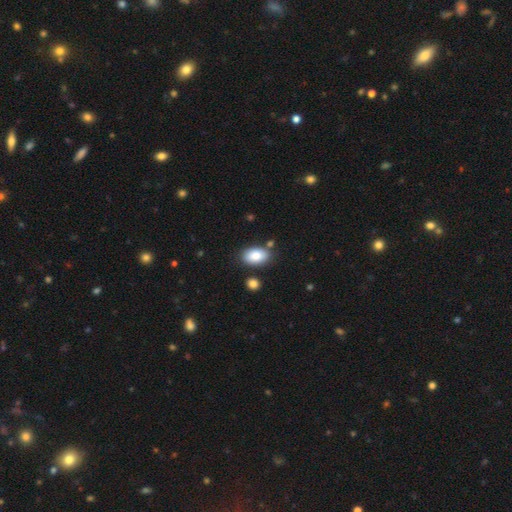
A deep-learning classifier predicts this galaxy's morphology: Smooth or featured?
  - smooth: 85% *
  - featured or disk: 8%
  - star or artifact: 7%
How rounded?
  - in between: 93% *
  - round: 6%
  - cigar-shaped: 2%
Merging?
  - none: 78% *
  - minor disturbance: 12%
  - merger: 7%
  - major disturbance: 3%